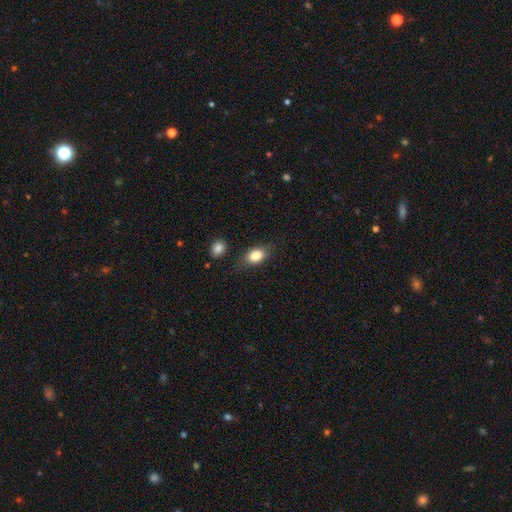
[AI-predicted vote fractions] Overall: smooth (81%). How rounded: in between (80%). Merging: none (73%).